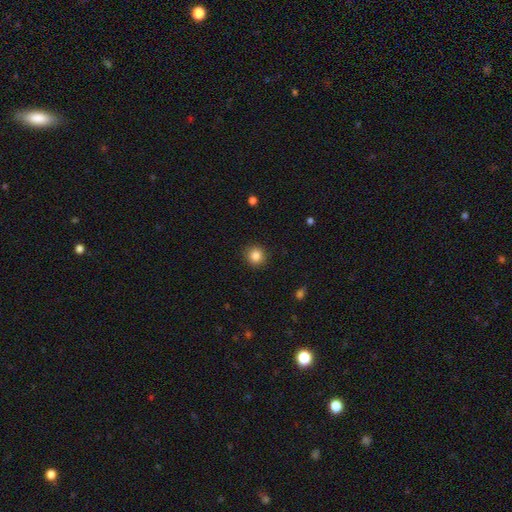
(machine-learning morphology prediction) This is clearly a smooth galaxy (85%). How rounded: clearly round (92%). Merging: clearly none (91%).